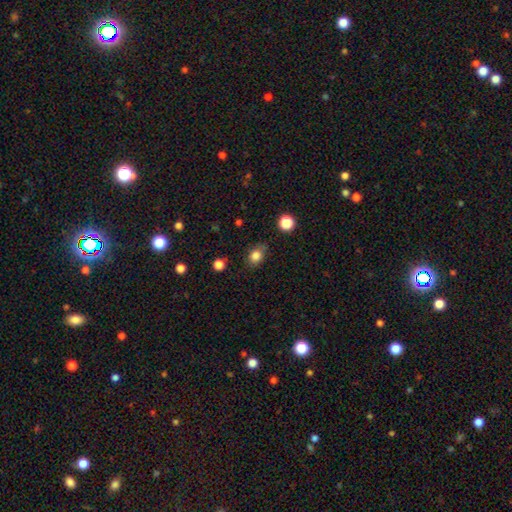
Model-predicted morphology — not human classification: smooth 83%, star or artifact 11%, featured or disk 6%. Down the decision tree: how rounded — in between (55%); merging — none (71%).